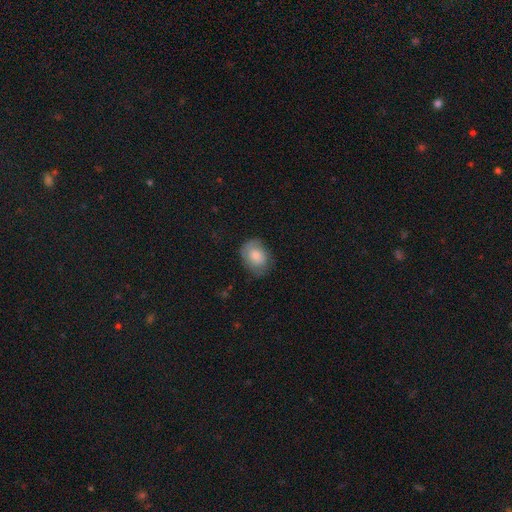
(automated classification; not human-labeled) The model was most divided on "how rounded": in between: 64%, round: 35%, cigar-shaped: 1%. More confident: smooth or featured — smooth (74%); merging — none (66%).